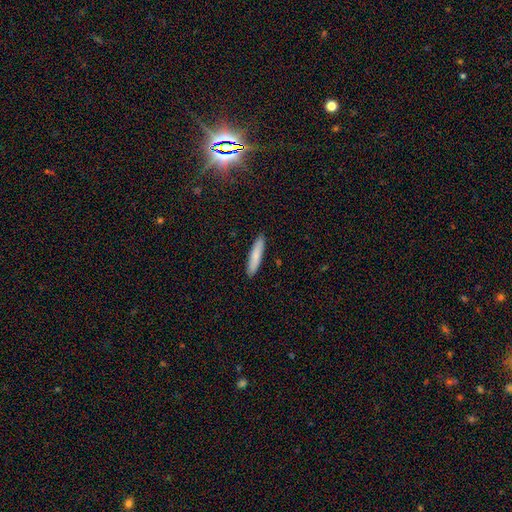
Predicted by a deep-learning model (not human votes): This appears to be a smooth galaxy with no disk features (82%) that is cigar-shaped (88%). Merging: none (91%).